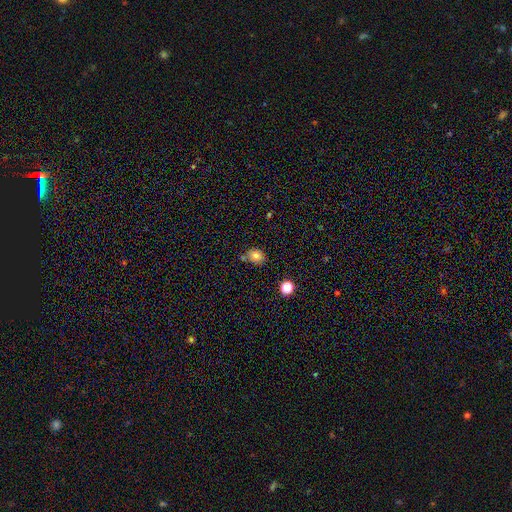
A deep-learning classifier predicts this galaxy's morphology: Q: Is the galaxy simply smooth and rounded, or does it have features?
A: smooth — 78%.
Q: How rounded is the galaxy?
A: round — 56%.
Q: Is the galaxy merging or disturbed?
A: none — 72%.